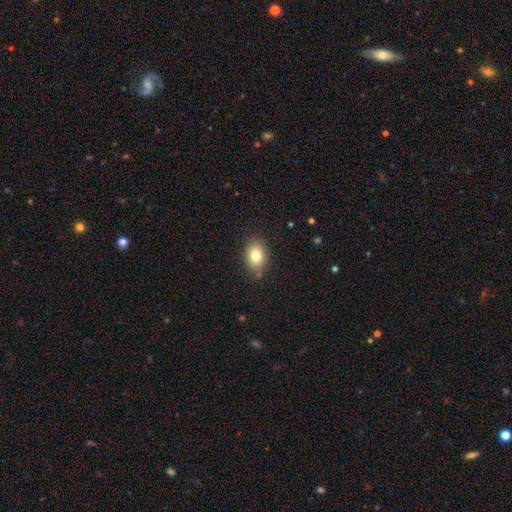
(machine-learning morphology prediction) smooth 80%, featured or disk 10%, star or artifact 9%. Down the decision tree: how rounded — in between (73%); merging — none (84%).